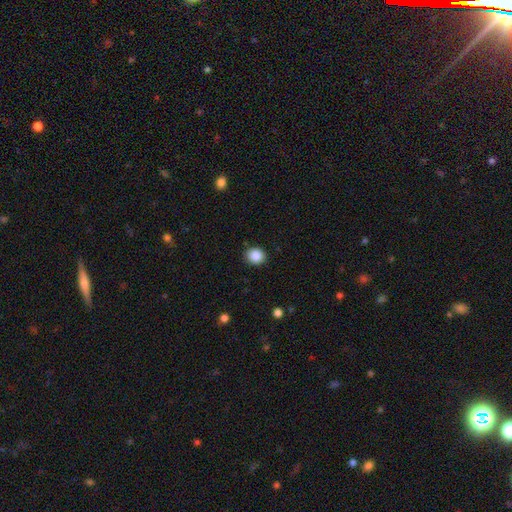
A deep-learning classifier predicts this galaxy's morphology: smooth 86%, star or artifact 10%, featured or disk 4%. Down the decision tree: how rounded — round (79%); merging — none (90%).